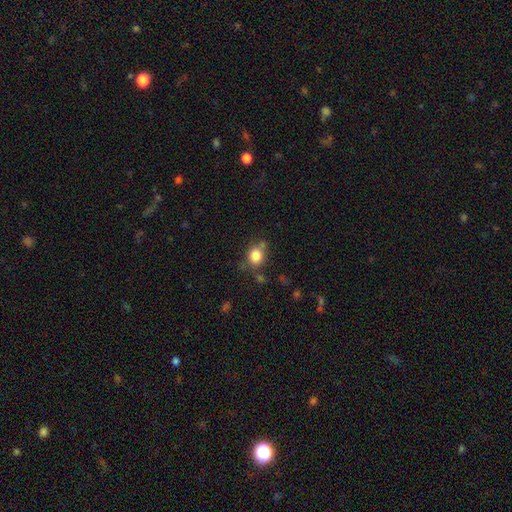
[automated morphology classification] A smooth galaxy with no disk features (83%) that is round (67%).

Vote fractions:
- Smooth or featured? smooth: 83% / star or artifact: 10% / featured or disk: 7%
- How rounded? round: 67% / in between: 32% / cigar-shaped: 1%
- Merging? none: 69% / minor disturbance: 16% / merger: 10% / major disturbance: 5%